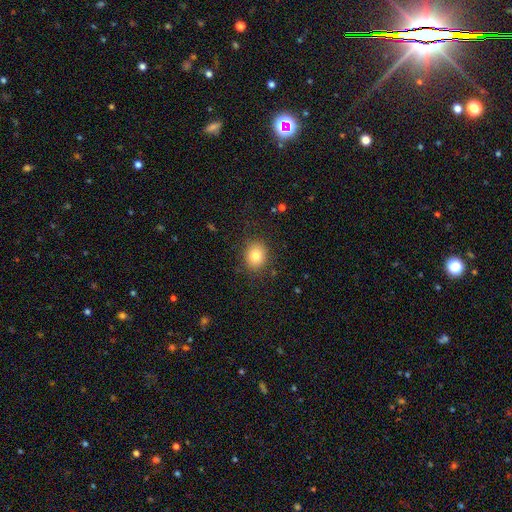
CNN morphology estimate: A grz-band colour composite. It shows a smooth galaxy with no disk features (81%) that is round (65%). Merging: none (86%).